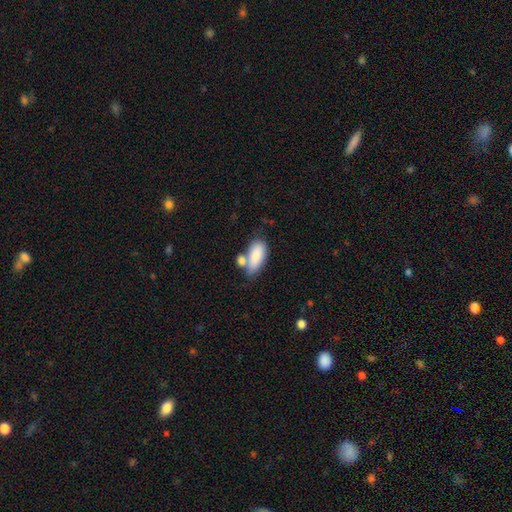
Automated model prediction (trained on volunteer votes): The model was most divided on "merging": none: 44%, merger: 33%, minor disturbance: 17%, major disturbance: 6%. More confident: how rounded — in between (86%); smooth or featured — smooth (83%).